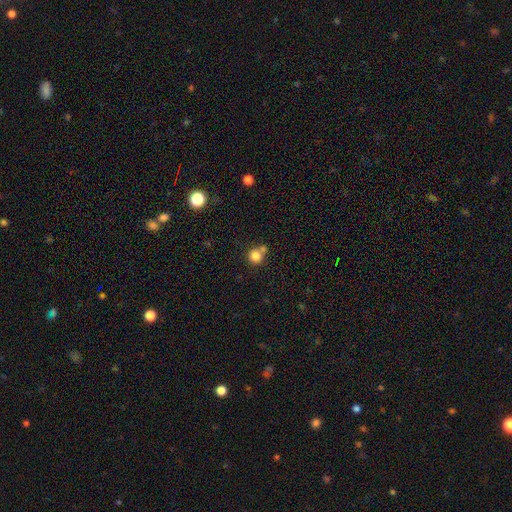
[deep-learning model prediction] This is clearly a smooth galaxy (82%). How rounded: clearly round (90%). Merging: possibly none (56%).